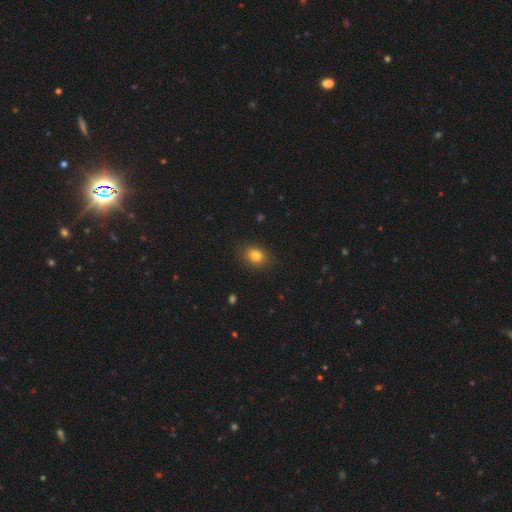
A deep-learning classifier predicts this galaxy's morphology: type=smooth (81%); roundness=round (50%); merging=none (86%).